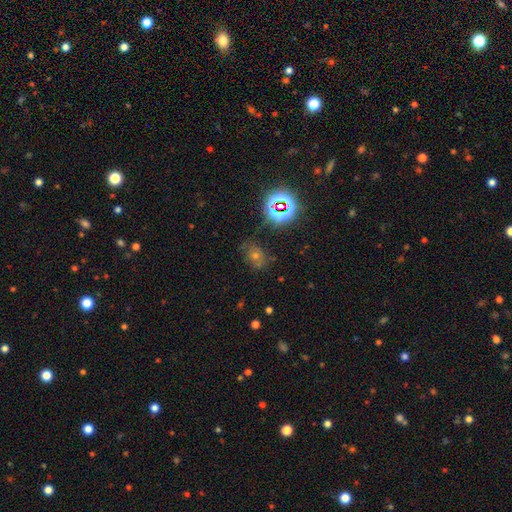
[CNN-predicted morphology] A star or artifact, not a galaxy (47%).

Vote fractions:
- Smooth or featured? star or artifact: 47% / smooth: 31% / featured or disk: 22%